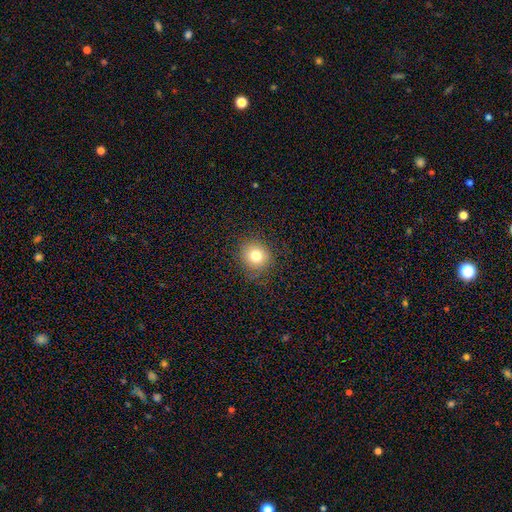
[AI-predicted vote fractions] A smooth galaxy with no disk features (77%) that is round (86%).

Vote fractions:
- Smooth or featured? smooth: 77% / star or artifact: 13% / featured or disk: 10%
- How rounded? round: 86% / in between: 13% / cigar-shaped: 1%
- Merging? none: 85% / minor disturbance: 10% / major disturbance: 4% / merger: 1%